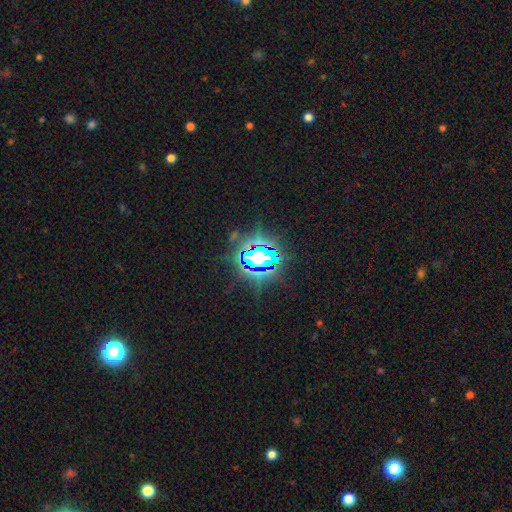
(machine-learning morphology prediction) Smooth or featured? star or artifact (70%)